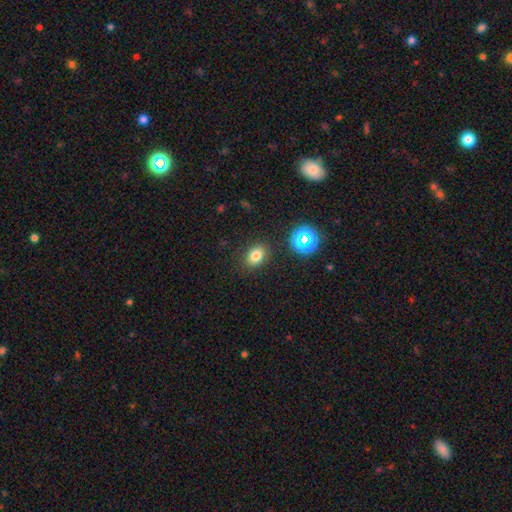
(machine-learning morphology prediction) This is likely a smooth galaxy (77%). How rounded: likely in between (72%). Merging: clearly none (86%).